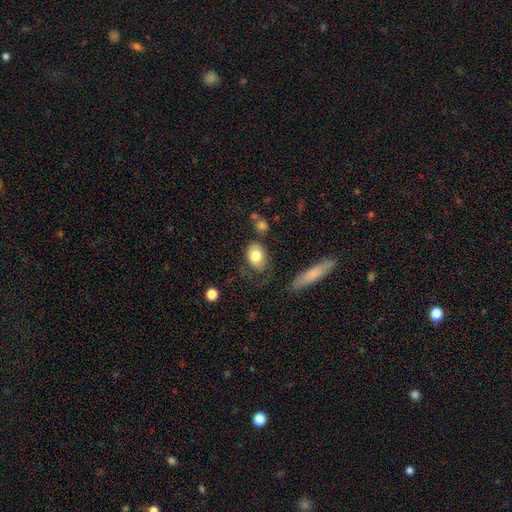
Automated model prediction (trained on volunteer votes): smooth_or_featured: smooth (p=0.79) [alt: featured or disk p=0.14]
how_rounded: in between (p=0.79) [alt: round p=0.19]
merging: none (p=0.64) [alt: minor disturbance p=0.22]